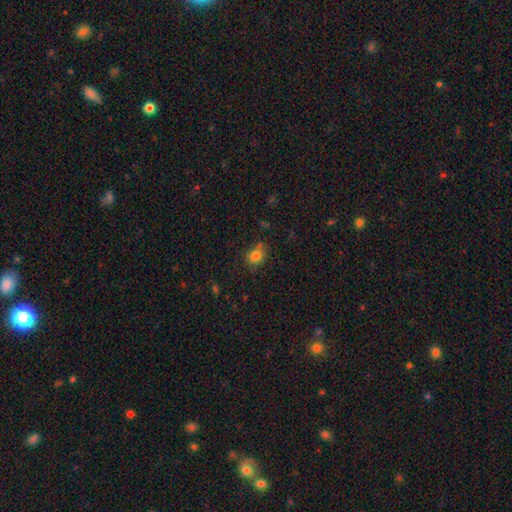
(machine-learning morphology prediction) The model was most divided on "how rounded": round: 54%, in between: 45%, cigar-shaped: 1%. More confident: smooth or featured — smooth (81%); merging — none (71%).